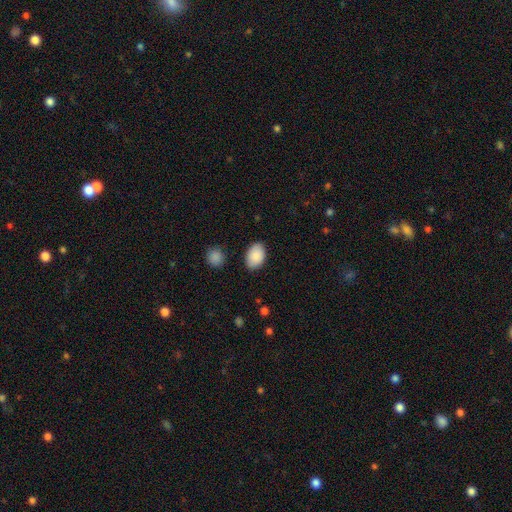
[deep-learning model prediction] smooth 89%, star or artifact 6%, featured or disk 4%. Down the decision tree: how rounded — in between (88%); merging — none (85%).